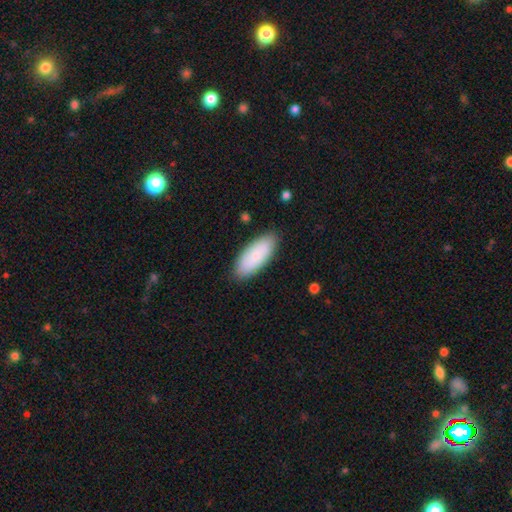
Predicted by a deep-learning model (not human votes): Smooth or featured? smooth (75%)
How rounded? in between (84%)
Merging? none (85%)